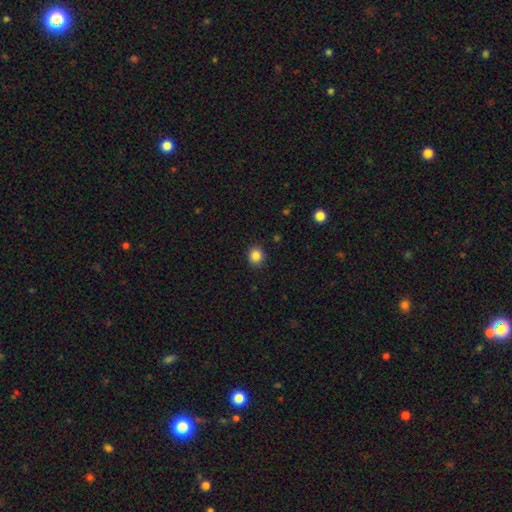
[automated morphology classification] smooth 86%, star or artifact 11%, featured or disk 4%. Down the decision tree: how rounded — round (84%); merging — none (90%).